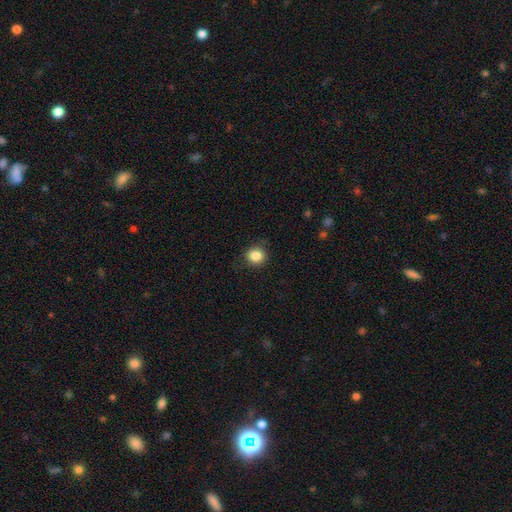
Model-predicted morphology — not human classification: This is clearly a smooth galaxy (85%). How rounded: clearly round (89%). Merging: clearly none (86%).